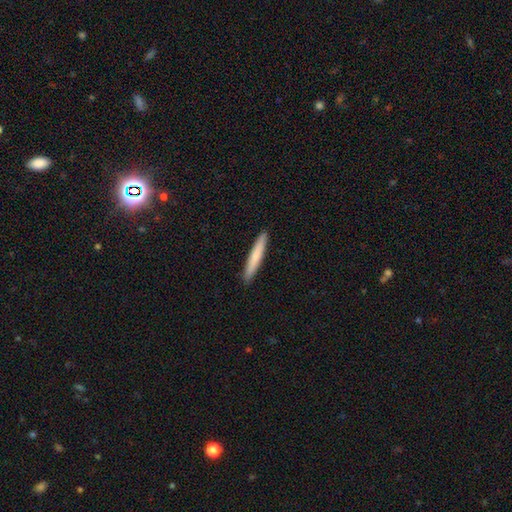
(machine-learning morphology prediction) The model was most divided on "smooth or featured": smooth: 76%, featured or disk: 19%, star or artifact: 5%. More confident: how rounded — cigar-shaped (96%); merging — none (92%).